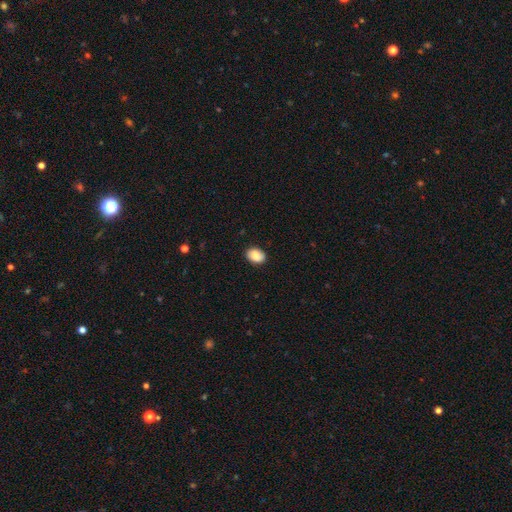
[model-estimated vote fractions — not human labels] Q: Smooth or featured?
A: smooth (81%); runner-up: featured or disk (11%)
Q: How rounded?
A: in between (77%); runner-up: round (22%)
Q: Merging?
A: none (87%); runner-up: minor disturbance (10%)